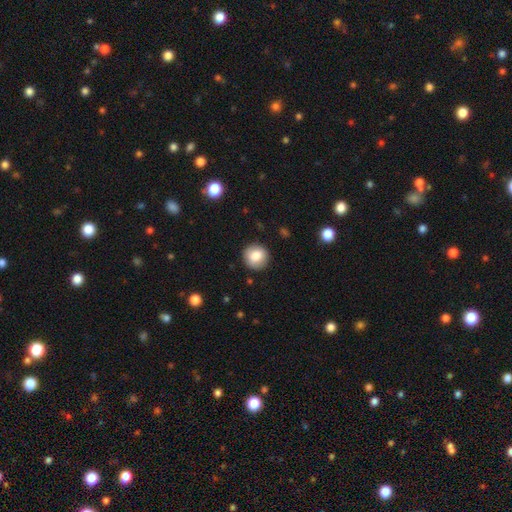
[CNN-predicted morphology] Q: Smooth or featured?
A: smooth (83%); runner-up: featured or disk (8%)
Q: How rounded?
A: round (92%); runner-up: in between (7%)
Q: Merging?
A: none (90%); runner-up: minor disturbance (7%)